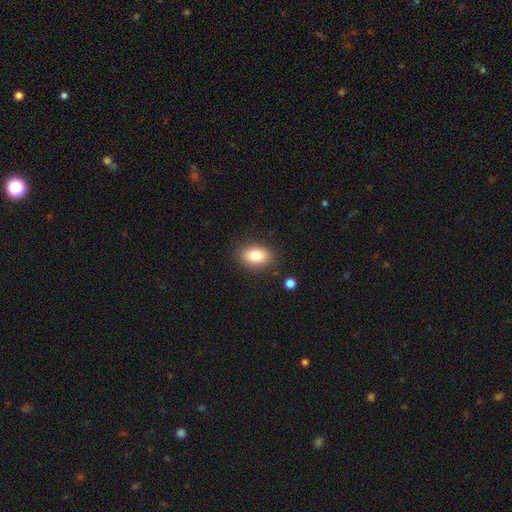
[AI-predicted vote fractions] A smooth galaxy with no disk features (81%) that is in between round and cigar-shaped (81%). Merging: none (86%).